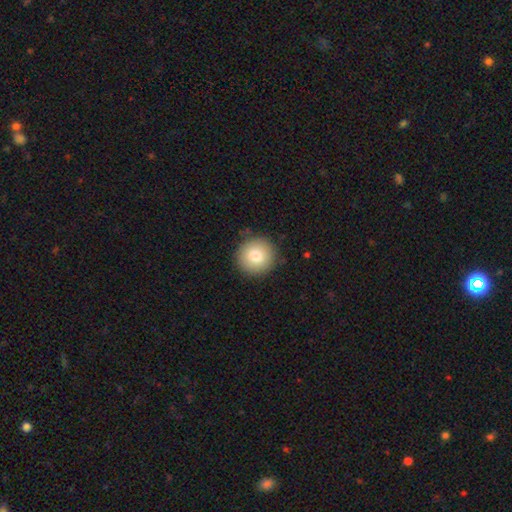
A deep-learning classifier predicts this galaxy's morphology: Smooth or featured: smooth — 78% (featured or disk — 13%)
How rounded: round — 95% (in between — 4%)
Merging: none — 89% (minor disturbance — 7%)